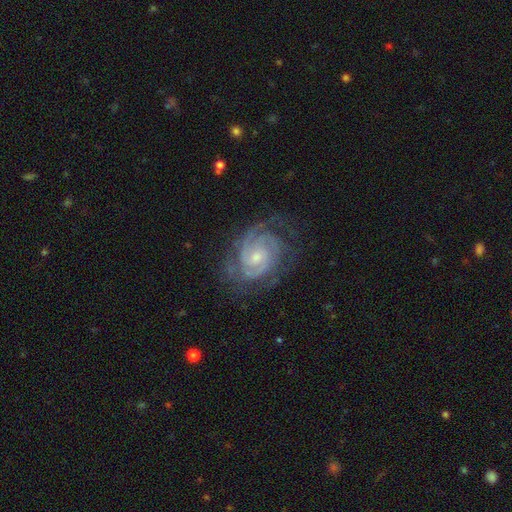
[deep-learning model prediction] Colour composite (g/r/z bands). It shows a featured or disk galaxy (90%) with no bar (61%), 2 (50%) tight (71%) spiral arms (98%) and a small central bulge (59%). Merging: none (72%).